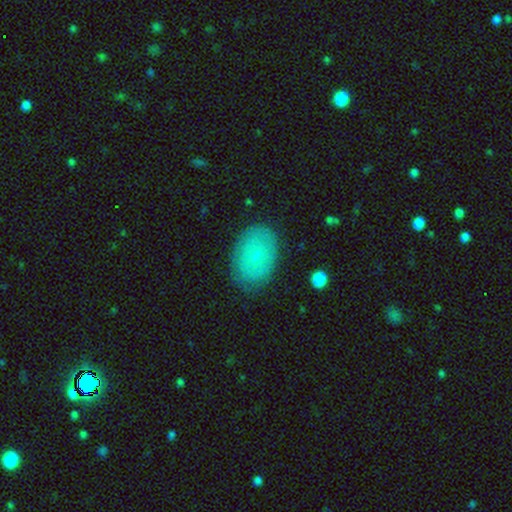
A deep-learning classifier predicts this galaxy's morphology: A smooth galaxy with no disk features (59%) that is in between round and cigar-shaped (78%).

Vote fractions:
- Smooth or featured? smooth: 59% / featured or disk: 34% / star or artifact: 7%
- How rounded? in between: 78% / round: 21% / cigar-shaped: 1%
- Merging? none: 80% / minor disturbance: 15% / major disturbance: 4% / merger: 1%